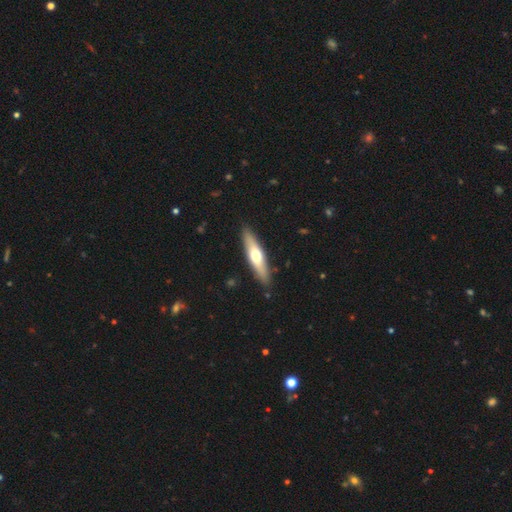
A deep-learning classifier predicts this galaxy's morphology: The model was most divided on "smooth or featured": smooth: 50%, featured or disk: 46%, star or artifact: 5%. More confident: merging — none (89%).